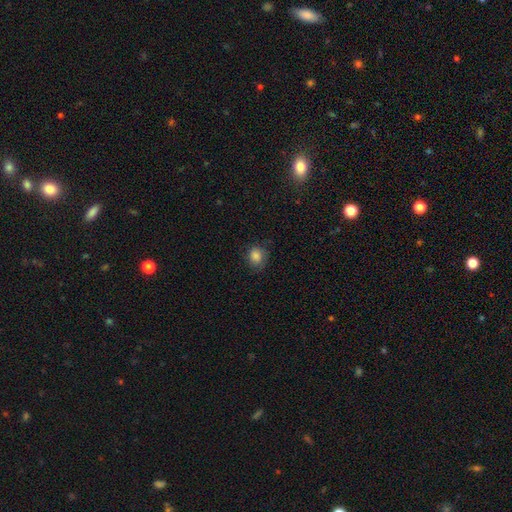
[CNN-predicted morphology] Smooth or featured? smooth (84%)
How rounded? round (70%)
Merging? none (76%)